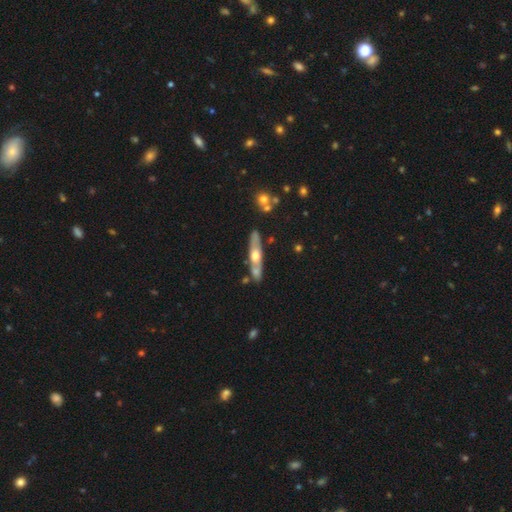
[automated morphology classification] Smooth or featured? Predicted: featured or disk (p=0.60). Edge-on disk? Predicted: yes (p=0.70). Merging? Predicted: none (p=0.76).